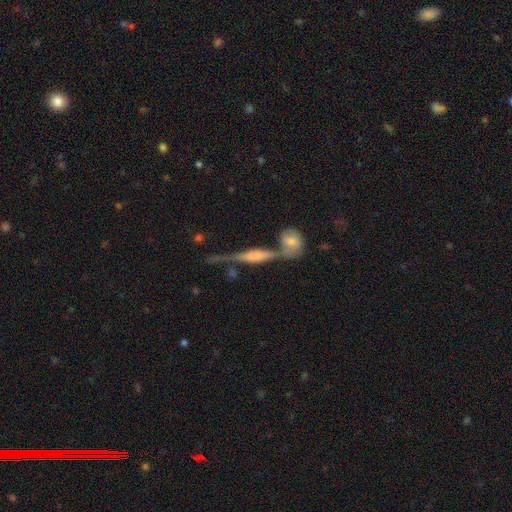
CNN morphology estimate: This appears to be a featured or disk galaxy (66%) viewed edge-on (90%) with a rounded central bulge (50%). Merging: none (51%).